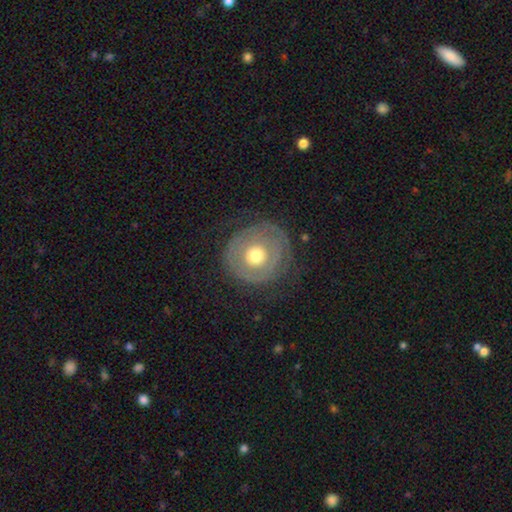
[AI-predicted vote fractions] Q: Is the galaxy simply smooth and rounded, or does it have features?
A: featured or disk — 52%.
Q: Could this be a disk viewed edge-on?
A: no — 96%.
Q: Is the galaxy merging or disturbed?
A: none — 70%.